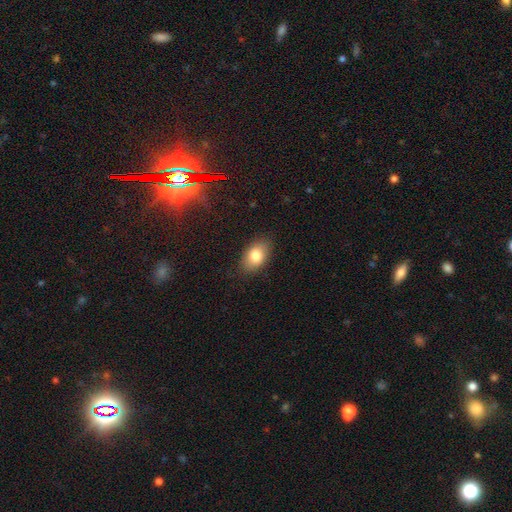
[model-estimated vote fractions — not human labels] Morphology: type=smooth (82%); roundness=in between (88%); merging=none (83%).